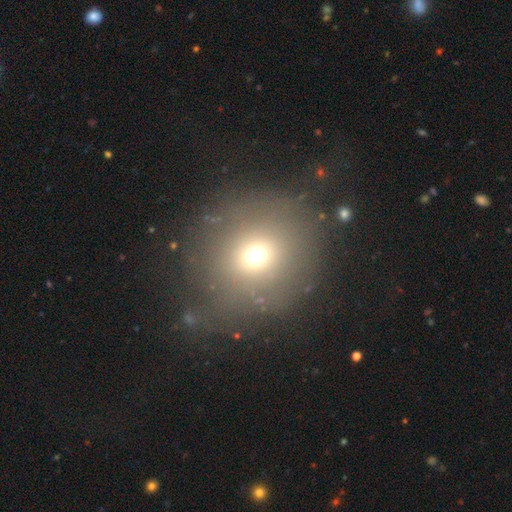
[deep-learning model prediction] This is likely a smooth galaxy (65%). How rounded: clearly round (85%). Merging: likely none (74%).